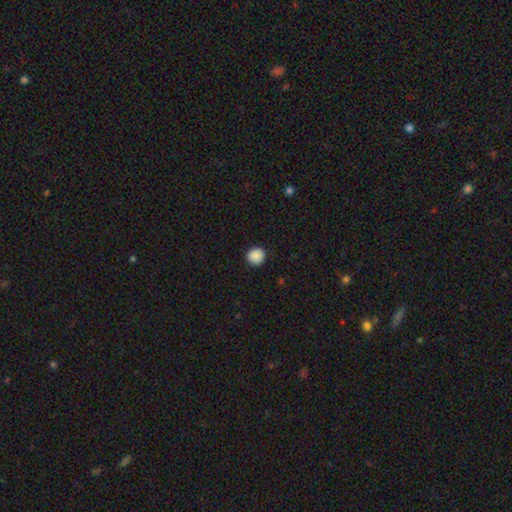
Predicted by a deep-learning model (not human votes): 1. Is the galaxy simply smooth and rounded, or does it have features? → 89% smooth, 9% star or artifact, 3% featured or disk.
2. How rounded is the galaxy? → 89% round, 10% in between, 1% cigar-shaped.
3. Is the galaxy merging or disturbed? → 90% none, 7% minor disturbance, 2% major disturbance, 1% merger.